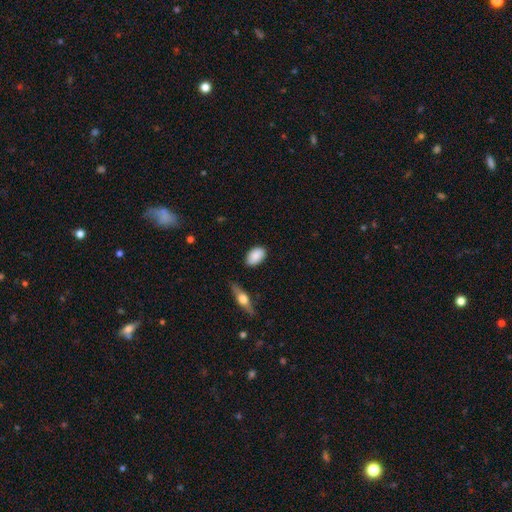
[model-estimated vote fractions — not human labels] Smooth or featured? Predicted: smooth (p=0.86). How rounded? Predicted: in between (p=0.90). Merging? Predicted: none (p=0.81).